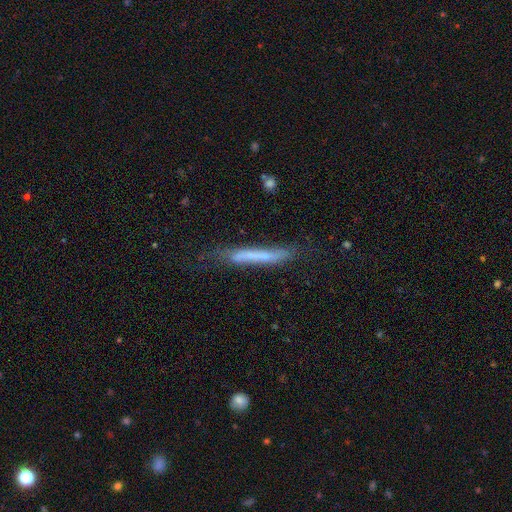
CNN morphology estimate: smooth-or-featured: smooth: 52% | featured or disk: 41% | star or artifact: 7%
  how-rounded: cigar-shaped: 95% | in between: 3% | round: 1%
  merging: none: 57% | minor disturbance: 27% | major disturbance: 12% | merger: 3%